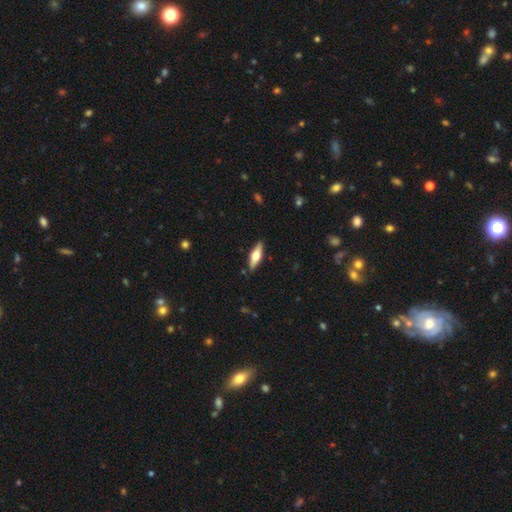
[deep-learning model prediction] A featured or disk galaxy (48%). Merging: none (88%).